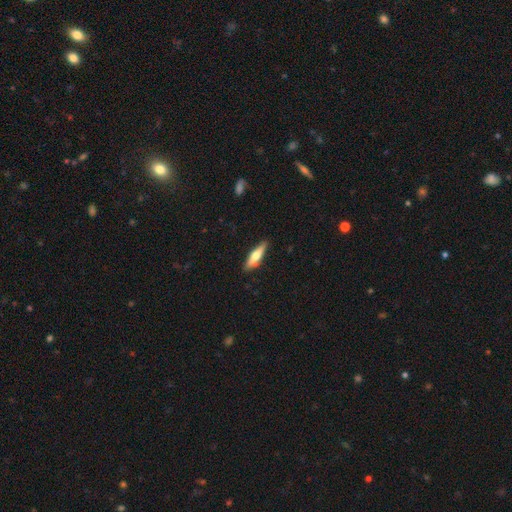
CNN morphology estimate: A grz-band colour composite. It shows a smooth galaxy with no disk features (54%) that is cigar-shaped (67%). Merging: none (87%).